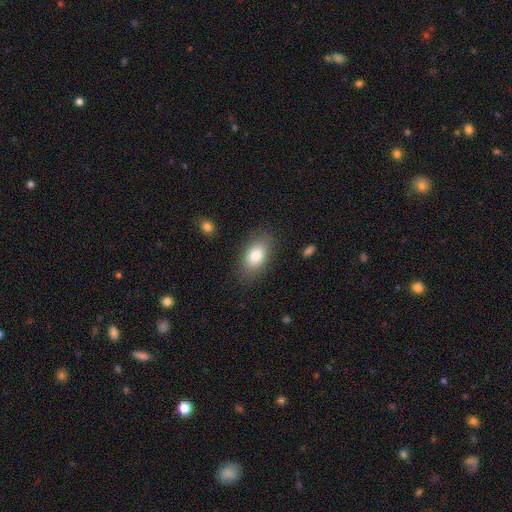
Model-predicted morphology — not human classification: Smooth or featured: smooth — 81% (featured or disk — 11%)
How rounded: in between — 90% (round — 8%)
Merging: none — 83% (minor disturbance — 12%)